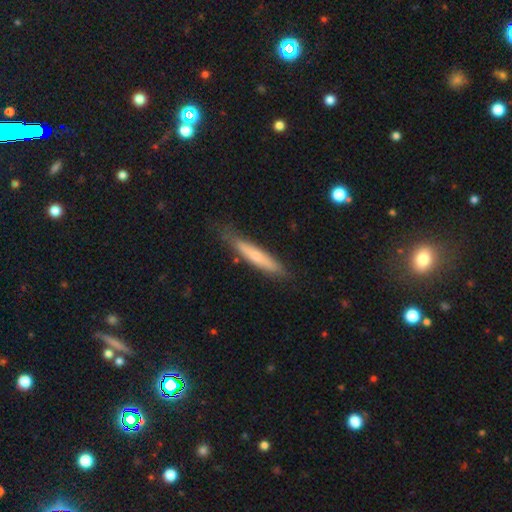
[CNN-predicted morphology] type=smooth (50%); roundness=cigar-shaped (90%); merging=none (77%).